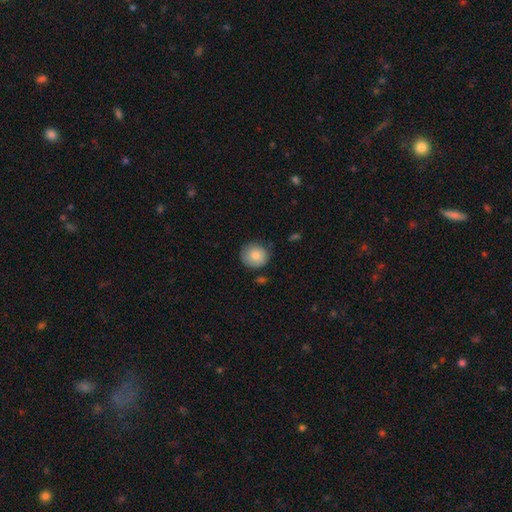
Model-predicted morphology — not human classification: The model was most divided on "merging": none: 79%, minor disturbance: 16%, major disturbance: 3%, merger: 2%. More confident: how rounded — round (88%); smooth or featured — smooth (83%).